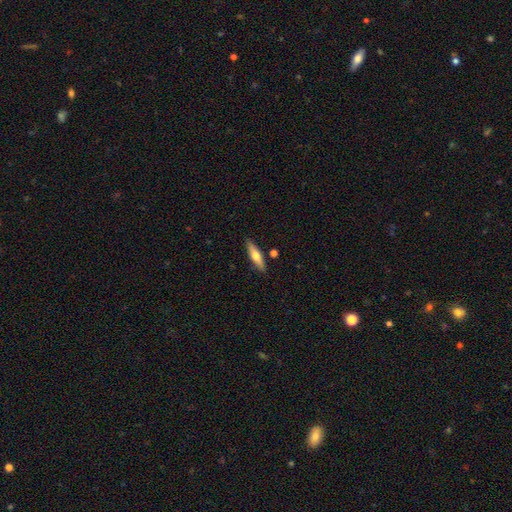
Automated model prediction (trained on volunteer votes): smooth-or-featured: smooth: 56% | featured or disk: 39% | star or artifact: 6%
  how-rounded: cigar-shaped: 72% | in between: 26% | round: 2%
  merging: none: 86% | minor disturbance: 9% | merger: 3% | major disturbance: 2%